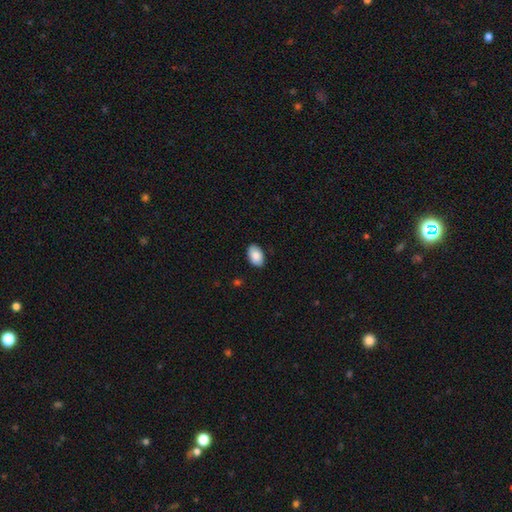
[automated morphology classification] Smooth or featured? smooth (87%)
How rounded? in between (92%)
Merging? none (87%)